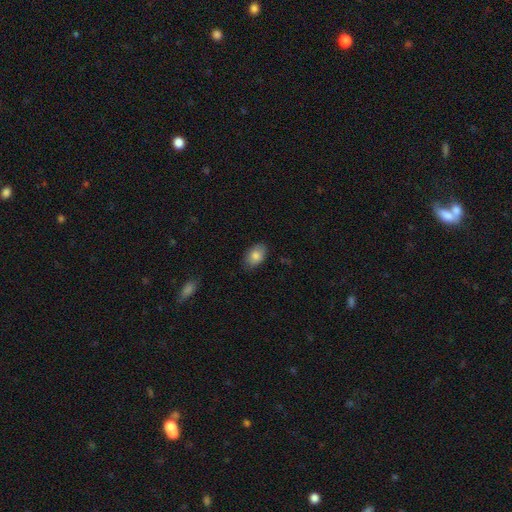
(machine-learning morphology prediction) Q: Smooth or featured?
A: smooth (83%); runner-up: featured or disk (10%)
Q: How rounded?
A: in between (89%); runner-up: round (10%)
Q: Merging?
A: none (84%); runner-up: minor disturbance (13%)